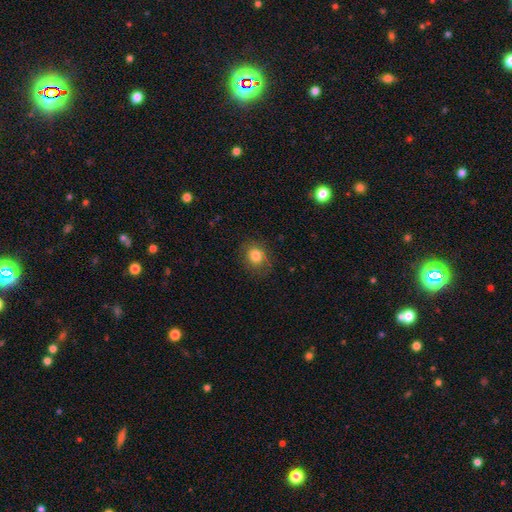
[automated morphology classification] Smooth or featured? Predicted: smooth (p=0.82). How rounded? Predicted: round (p=0.71). Merging? Predicted: none (p=0.80).